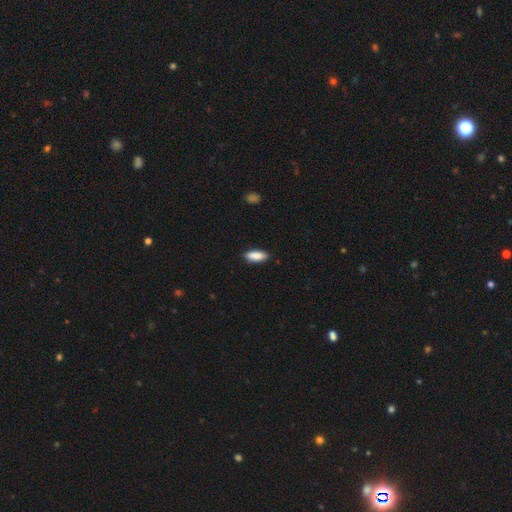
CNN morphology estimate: The model was most divided on "how rounded": in between: 73%, cigar-shaped: 25%, round: 2%. More confident: smooth or featured — smooth (88%); merging — none (86%).